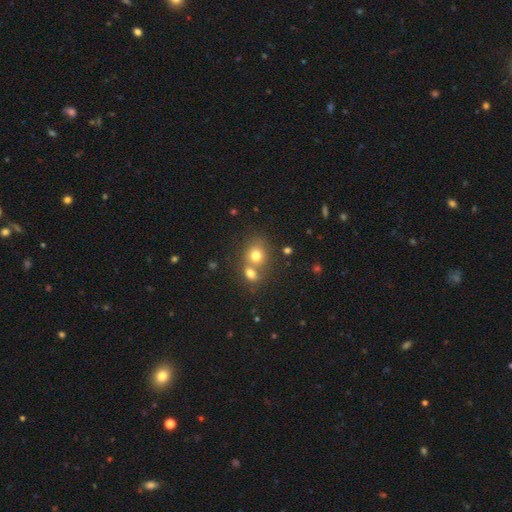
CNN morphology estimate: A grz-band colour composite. It shows a smooth galaxy with no disk features (76%) that is round (71%). Merging: merger (48%).